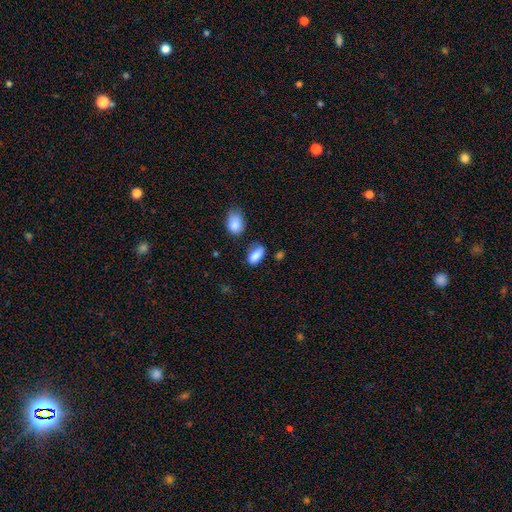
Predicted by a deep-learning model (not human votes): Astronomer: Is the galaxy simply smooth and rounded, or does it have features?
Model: smooth — 84%.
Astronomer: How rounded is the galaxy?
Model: in between — 90%.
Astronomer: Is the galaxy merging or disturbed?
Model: none — 53% (runner-up: minor disturbance, 30%).